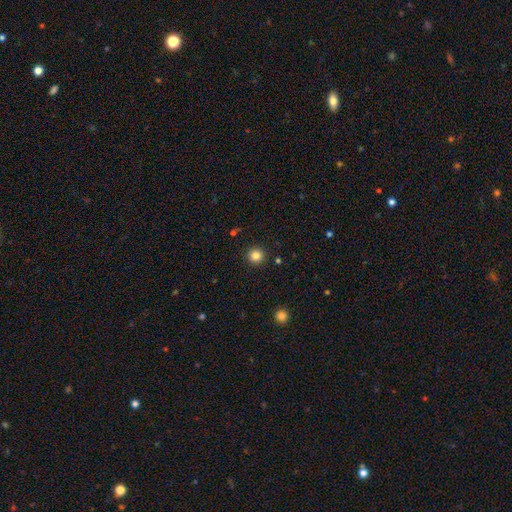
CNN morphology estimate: A smooth galaxy with no disk features (83%) that is round (95%). Merging: none (92%).